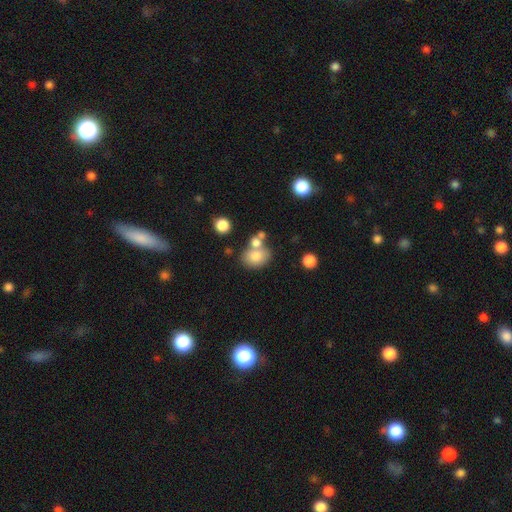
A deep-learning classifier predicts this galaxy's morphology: This is likely a smooth galaxy (76%). How rounded: possibly in between (59%). Merging: possibly none (51%).